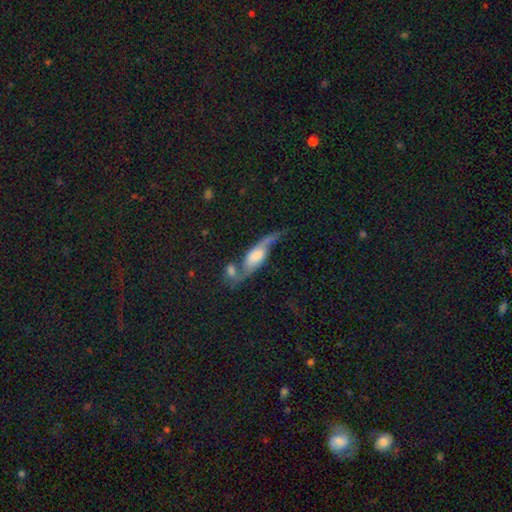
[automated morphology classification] Q: Smooth or featured?
A: featured or disk (71%); runner-up: smooth (20%)
Q: Edge-on disk?
A: no (67%); runner-up: yes (33%)
Q: Merging?
A: none (46%); runner-up: merger (22%)